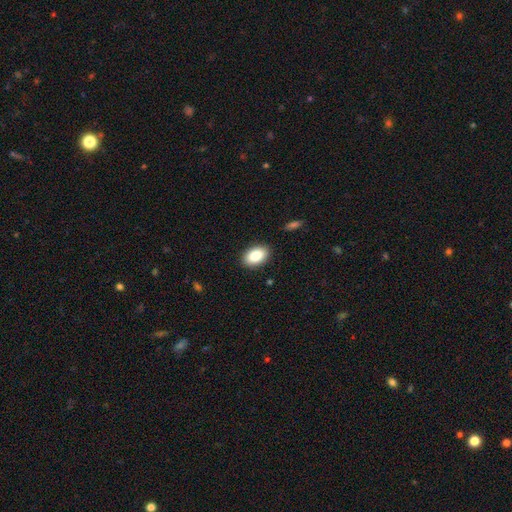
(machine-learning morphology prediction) Smooth or featured? Predicted: smooth (p=0.87). How rounded? Predicted: in between (p=0.89). Merging? Predicted: none (p=0.88).